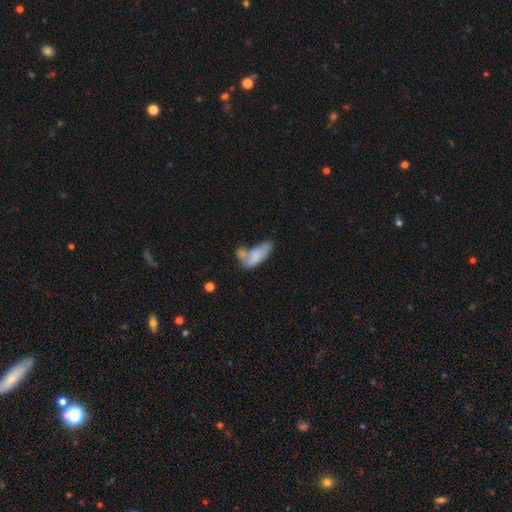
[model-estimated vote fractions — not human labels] A smooth galaxy with no disk features (74%) that is in between round and cigar-shaped (76%).

Vote fractions:
- Smooth or featured? smooth: 74% / featured or disk: 19% / star or artifact: 8%
- How rounded? in between: 76% / cigar-shaped: 22% / round: 3%
- Merging? merger: 41% / none: 27% / minor disturbance: 18% / major disturbance: 14%